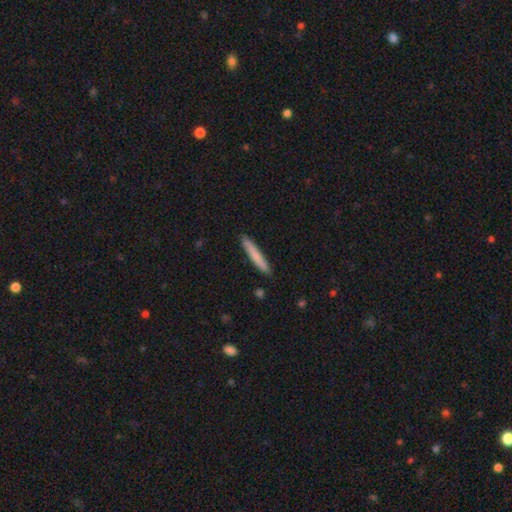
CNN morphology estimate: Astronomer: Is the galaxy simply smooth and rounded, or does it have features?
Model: smooth — 76%.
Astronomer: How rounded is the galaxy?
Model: cigar-shaped — 96%.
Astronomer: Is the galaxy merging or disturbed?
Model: none — 90%.